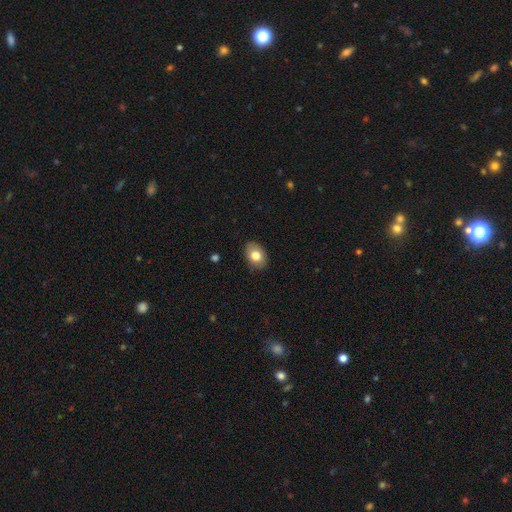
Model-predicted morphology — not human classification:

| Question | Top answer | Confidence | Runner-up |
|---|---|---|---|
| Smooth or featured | smooth | 78% | featured or disk (14%) |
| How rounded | in between | 75% | round (24%) |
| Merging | none | 84% | minor disturbance (12%) |